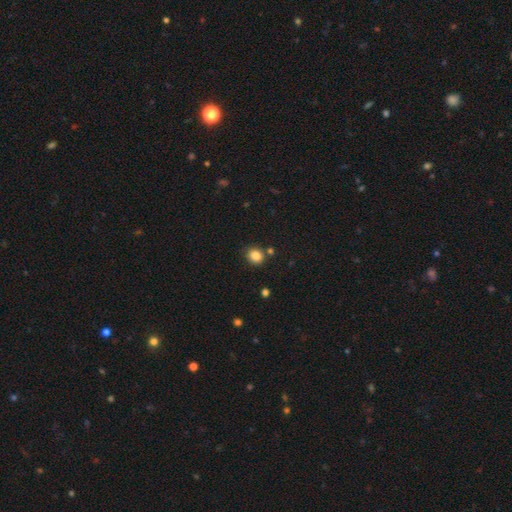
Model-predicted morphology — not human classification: Q: Smooth or featured?
A: smooth (84%); runner-up: star or artifact (11%)
Q: How rounded?
A: round (73%); runner-up: in between (26%)
Q: Merging?
A: none (80%); runner-up: minor disturbance (10%)